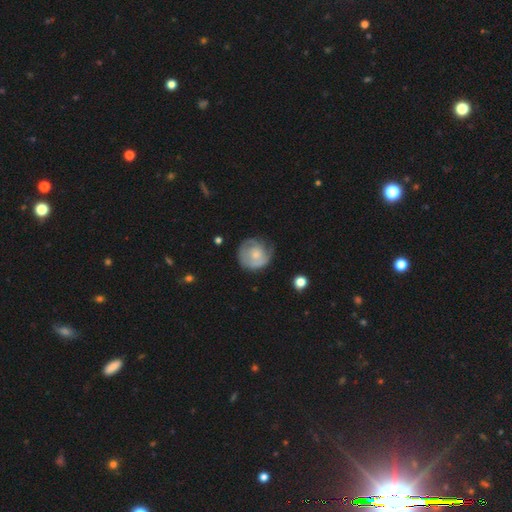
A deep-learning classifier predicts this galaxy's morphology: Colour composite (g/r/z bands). It shows a featured or disk galaxy (51%). Merging: none (60%).